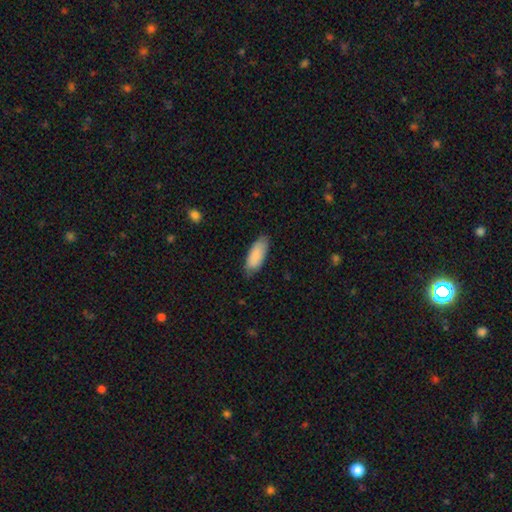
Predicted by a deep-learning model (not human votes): smooth_or_featured: smooth (p=0.88) [alt: featured or disk p=0.07]
how_rounded: in between (p=0.76) [alt: cigar-shaped p=0.22]
merging: none (p=0.78) [alt: minor disturbance p=0.18]